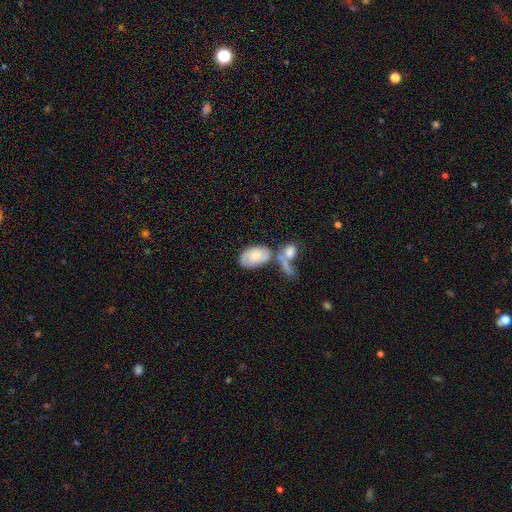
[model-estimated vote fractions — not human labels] Overall: smooth (55%; featured or disk 39%). How rounded: in between (91%). Merging: merger (39%; none 33%).